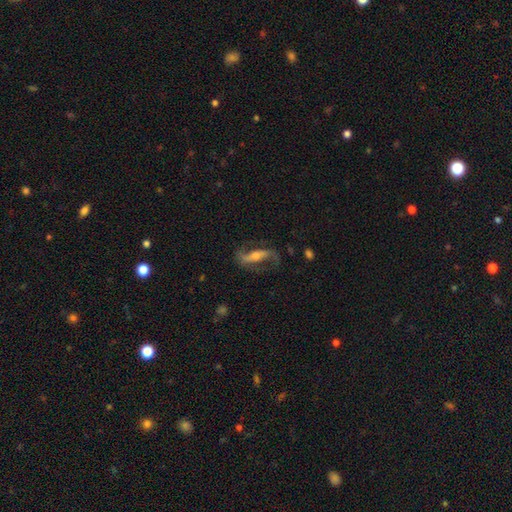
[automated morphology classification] Overall: featured or disk (83%). Edge-on disk: no (85%). Bar: strong (55%; weak 25%). Spiral arms: yes (94%). Spiral arm count: 2 (91%). Spiral winding: loose (59%; medium 30%). Bulge size: moderate (49%; small 43%). Merging: none (71%).